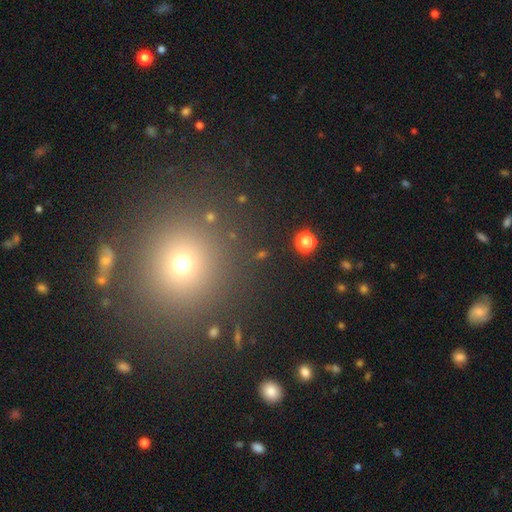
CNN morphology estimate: This is possibly a smooth galaxy (55%). How rounded: clearly round (89%). Merging: clearly none (88%).